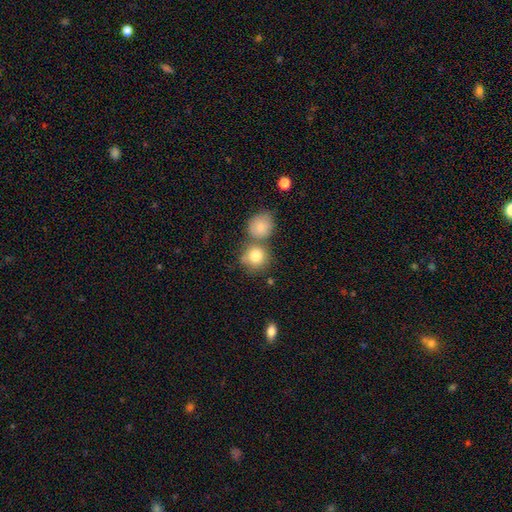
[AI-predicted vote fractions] Smooth or featured: smooth — 81% (featured or disk — 10%)
How rounded: round — 86% (in between — 13%)
Merging: none — 55% (merger — 31%)